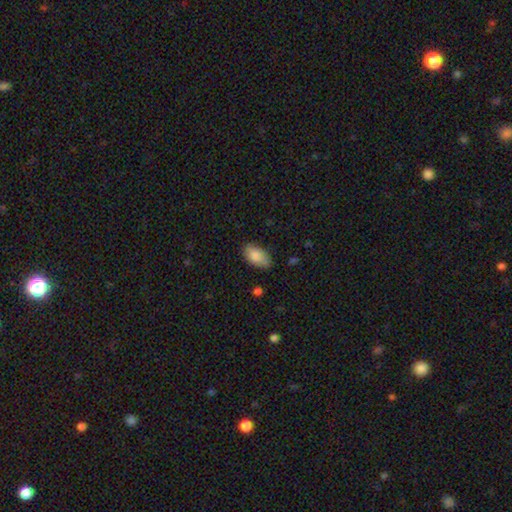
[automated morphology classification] smooth 86%, featured or disk 8%, star or artifact 7%. Down the decision tree: how rounded — in between (93%); merging — none (75%).